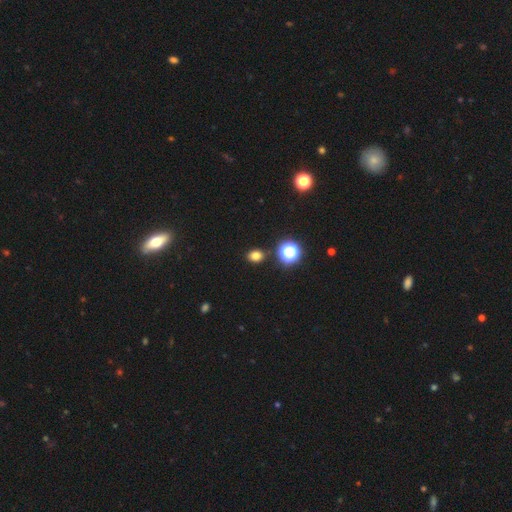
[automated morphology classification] type=smooth (77%); roundness=in between (51%); merging=none (88%).